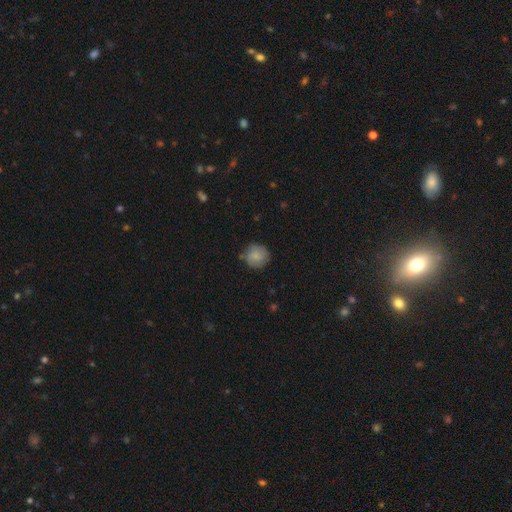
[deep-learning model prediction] A smooth galaxy with no disk features (80%) that is round (92%). Merging: none (77%).